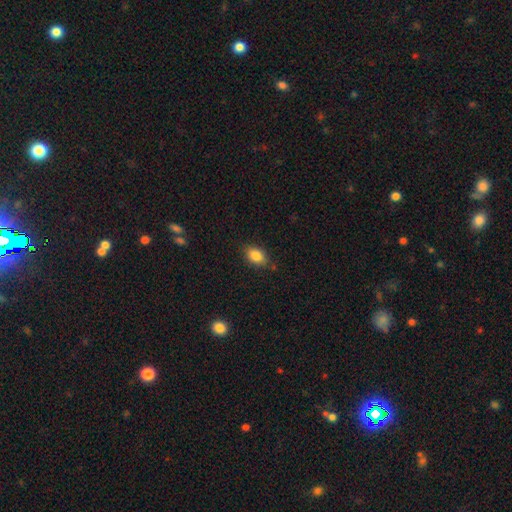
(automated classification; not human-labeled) This appears to be a smooth galaxy with no disk features (85%) that is in between round and cigar-shaped (80%). Merging: none (81%).